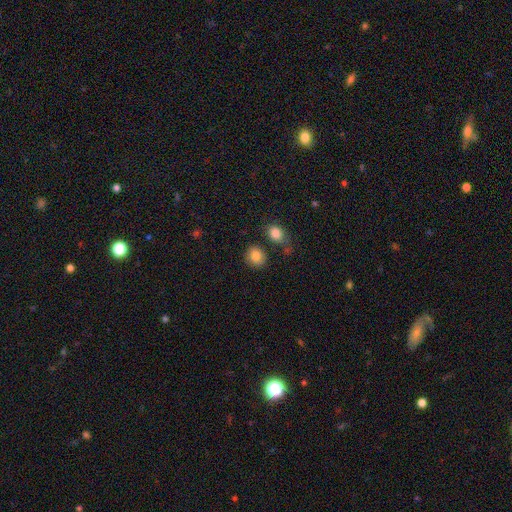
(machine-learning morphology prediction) type=smooth (85%); roundness=round (72%); merging=none (77%).